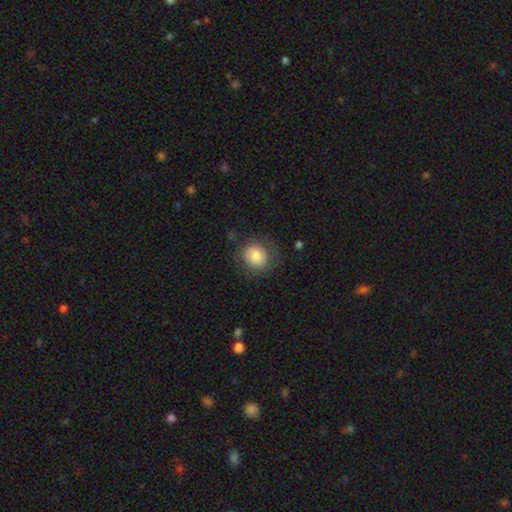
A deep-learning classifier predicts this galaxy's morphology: Overall: smooth (78%). How rounded: round (77%). Merging: none (73%).